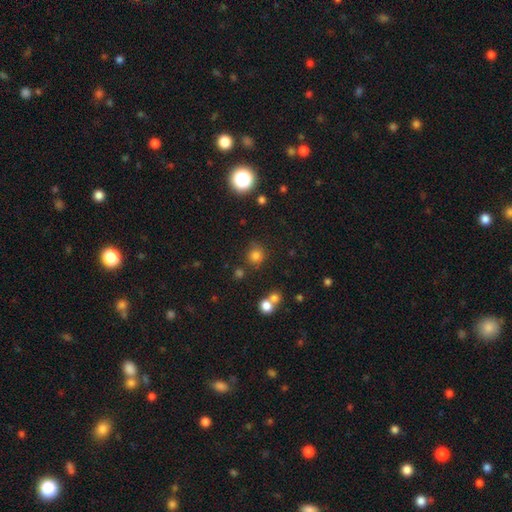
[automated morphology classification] A smooth galaxy with no disk features (77%) that is round (89%). Merging: none (74%).